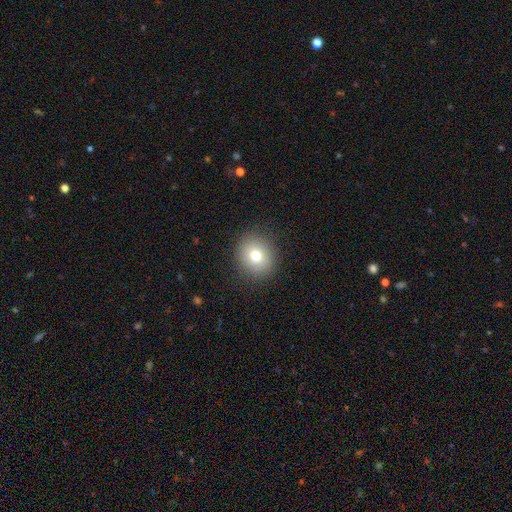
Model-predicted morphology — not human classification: smooth_or_featured: smooth (p=0.75) [alt: star or artifact p=0.13]
how_rounded: round (p=0.83) [alt: in between p=0.16]
merging: none (p=0.90) [alt: minor disturbance p=0.07]